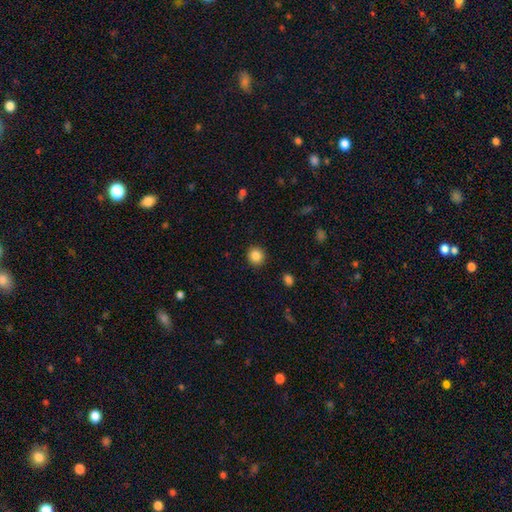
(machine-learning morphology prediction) A smooth galaxy with no disk features (86%) that is round (90%).

Vote fractions:
- Smooth or featured? smooth: 86% / star or artifact: 10% / featured or disk: 5%
- How rounded? round: 90% / in between: 9% / cigar-shaped: 1%
- Merging? none: 92% / minor disturbance: 5% / major disturbance: 2% / merger: 1%